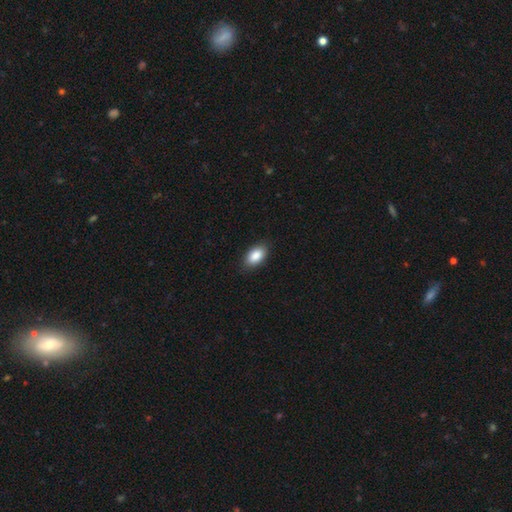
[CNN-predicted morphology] Smooth or featured?
  - smooth: 88% *
  - star or artifact: 7%
  - featured or disk: 5%
How rounded?
  - in between: 93% *
  - round: 5%
  - cigar-shaped: 3%
Merging?
  - none: 87% *
  - minor disturbance: 10%
  - major disturbance: 2%
  - merger: 1%